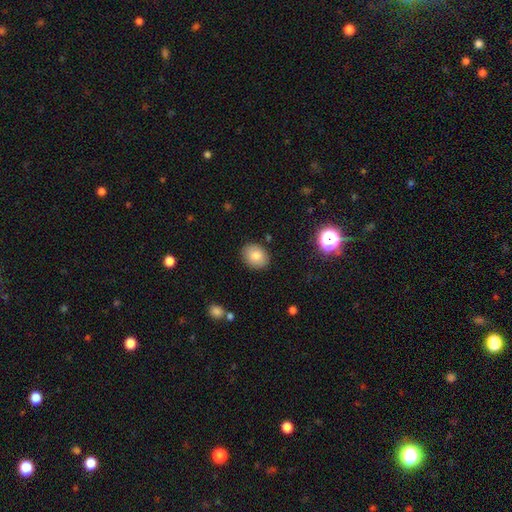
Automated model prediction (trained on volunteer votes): smooth_or_featured: smooth (p=0.83) [alt: star or artifact p=0.09]
how_rounded: in between (p=0.56) [alt: round p=0.43]
merging: none (p=0.86) [alt: minor disturbance p=0.10]